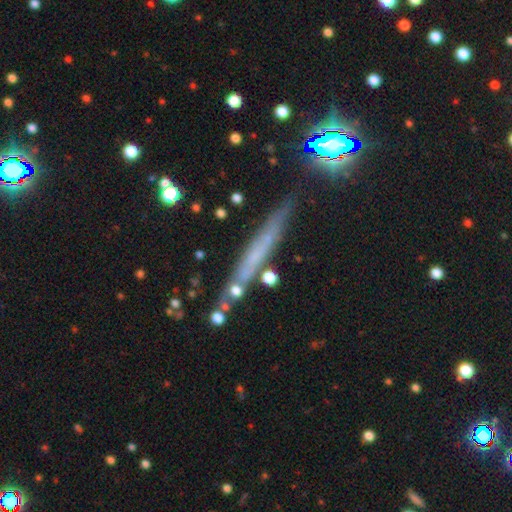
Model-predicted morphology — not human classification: type=smooth (41%); merging=none (79%).